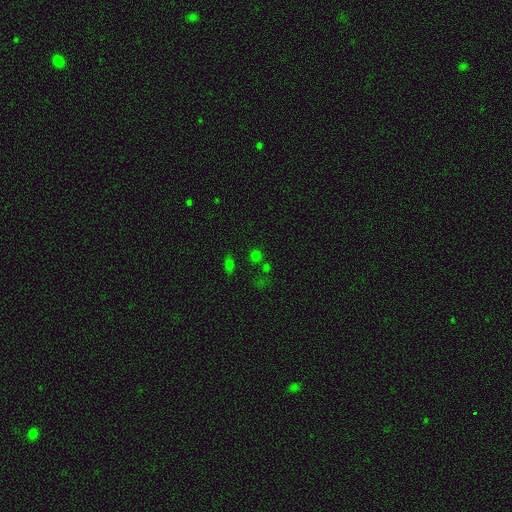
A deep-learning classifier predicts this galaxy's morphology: This appears to be a smooth galaxy with no disk features (58%) that is round (78%). Merging: none (69%).